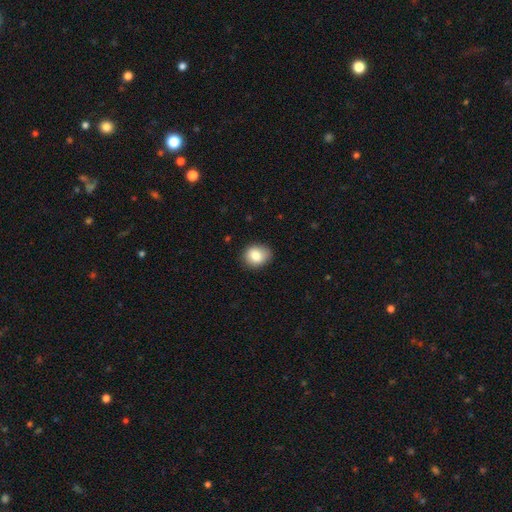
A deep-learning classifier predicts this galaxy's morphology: Smooth or featured?
  - smooth: 82% *
  - featured or disk: 9%
  - star or artifact: 8%
How rounded?
  - round: 61% *
  - in between: 38%
  - cigar-shaped: 1%
Merging?
  - none: 81% *
  - minor disturbance: 15%
  - major disturbance: 3%
  - merger: 1%